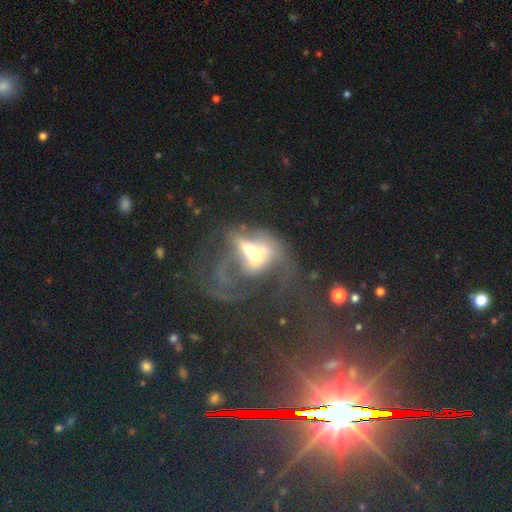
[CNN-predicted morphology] Smooth or featured? Predicted: featured or disk (p=0.61). Edge-on disk? Predicted: no (p=0.91). Bar? Predicted: no (p=0.55). Spiral arms? Predicted: no (p=0.61). Bulge size? Predicted: moderate (p=0.52). Merging? Predicted: major disturbance (p=0.49).